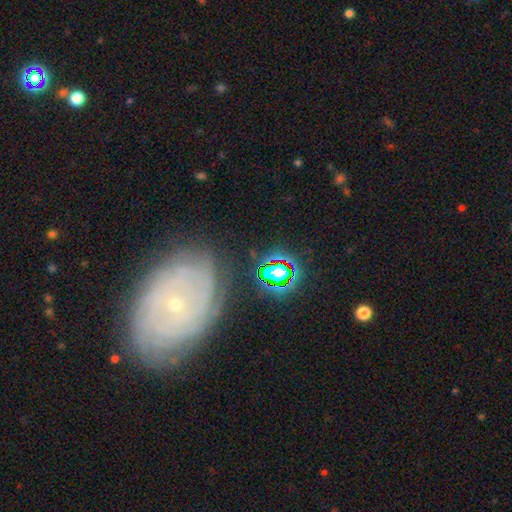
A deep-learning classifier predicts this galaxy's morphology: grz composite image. It shows a featured or disk galaxy (52%). Merging: none (78%).